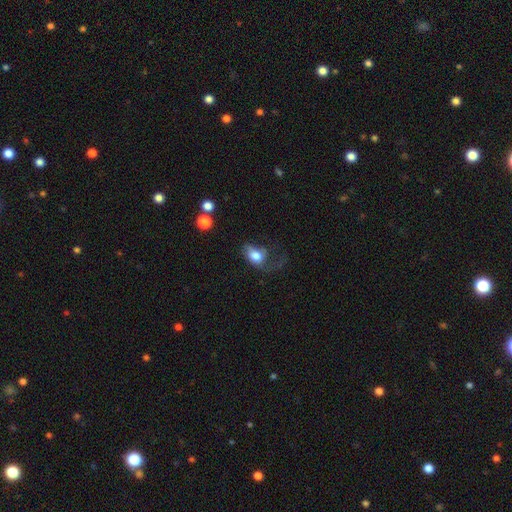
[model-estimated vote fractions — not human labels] smooth-or-featured: smooth: 68% | featured or disk: 23% | star or artifact: 8%
  how-rounded: in between: 71% | round: 27% | cigar-shaped: 2%
  merging: major disturbance: 56% | none: 20% | minor disturbance: 20% | merger: 4%